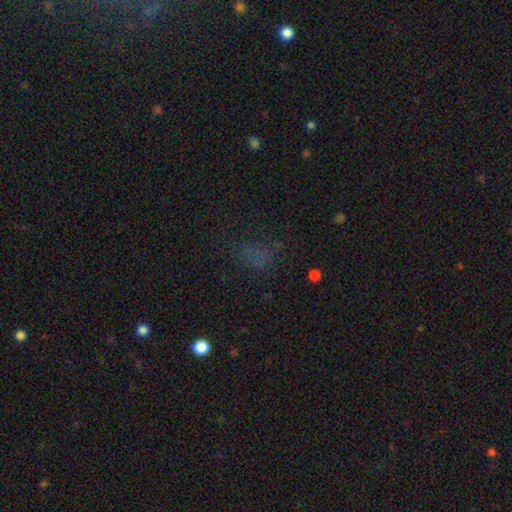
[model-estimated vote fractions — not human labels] Morphology: type=smooth (52%); roundness=in between (66%); merging=none (59%).